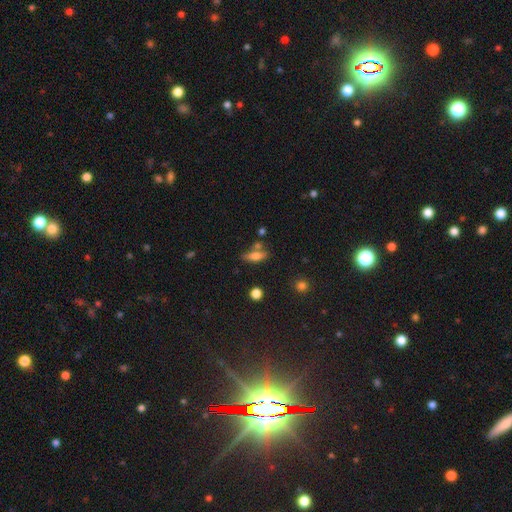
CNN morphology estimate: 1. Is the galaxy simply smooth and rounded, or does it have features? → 63% smooth, 27% featured or disk, 10% star or artifact.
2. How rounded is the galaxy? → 56% in between, 40% cigar-shaped, 4% round.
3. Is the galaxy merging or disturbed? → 62% none, 17% merger, 16% minor disturbance, 5% major disturbance.